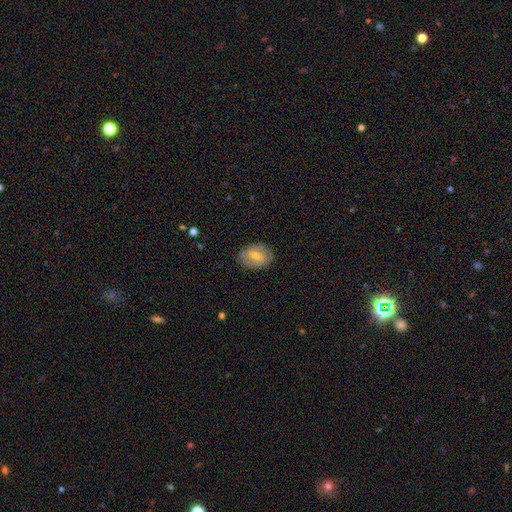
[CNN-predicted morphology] type=featured or disk (52%); edge-on=no (94%); merging=none (78%).